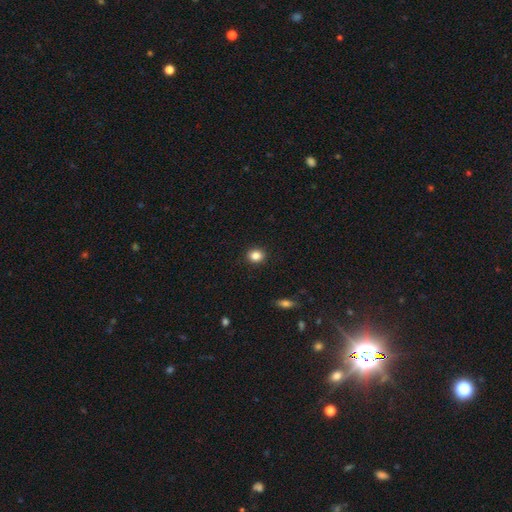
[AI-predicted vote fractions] smooth-or-featured: smooth: 85% | star or artifact: 10% | featured or disk: 5%
  how-rounded: round: 74% | in between: 25% | cigar-shaped: 1%
  merging: none: 91% | minor disturbance: 6% | major disturbance: 2% | merger: 1%